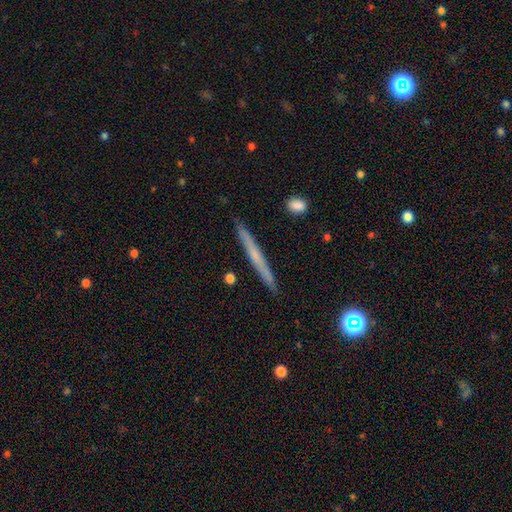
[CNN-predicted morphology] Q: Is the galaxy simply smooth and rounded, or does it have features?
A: featured or disk — 54%.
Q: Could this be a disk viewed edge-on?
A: yes — 97%.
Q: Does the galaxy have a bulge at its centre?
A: none — 74%.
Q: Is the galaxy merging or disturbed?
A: none — 92%.